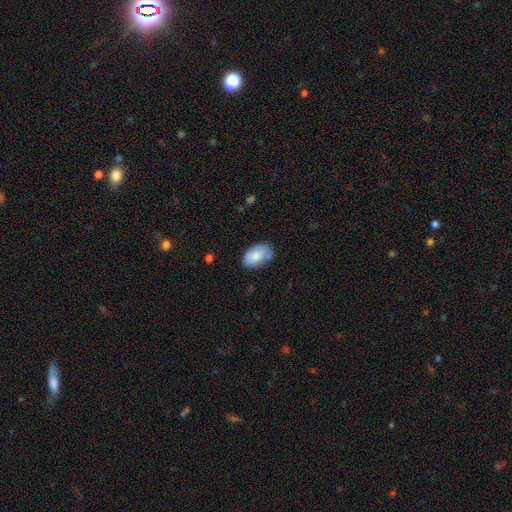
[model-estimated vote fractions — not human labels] Smooth or featured? smooth (82%)
How rounded? in between (93%)
Merging? none (72%)